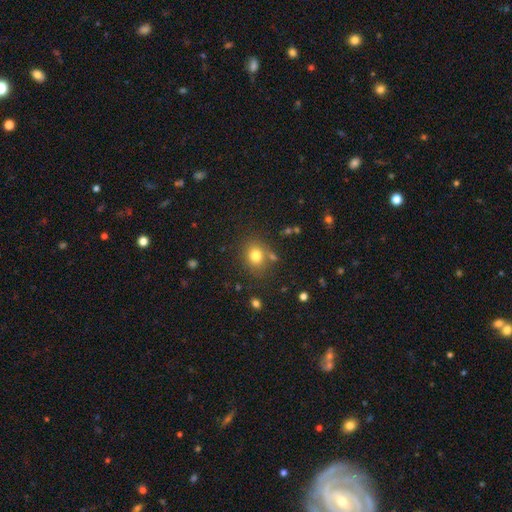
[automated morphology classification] This is likely a smooth galaxy (78%). How rounded: likely round (68%). Merging: likely none (76%).